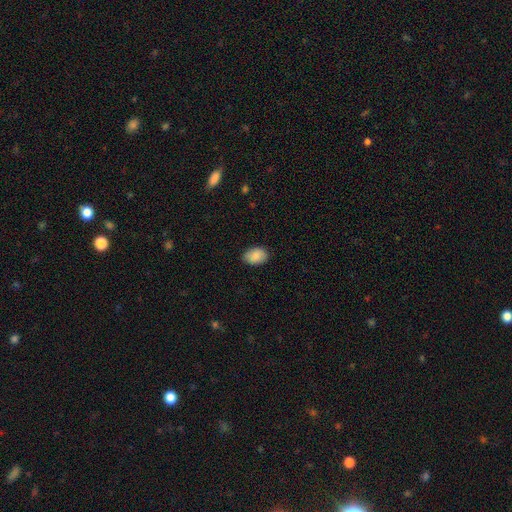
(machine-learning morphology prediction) The model was most divided on "how rounded": in between: 84%, round: 15%, cigar-shaped: 1%. More confident: smooth or featured — smooth (88%); merging — none (84%).